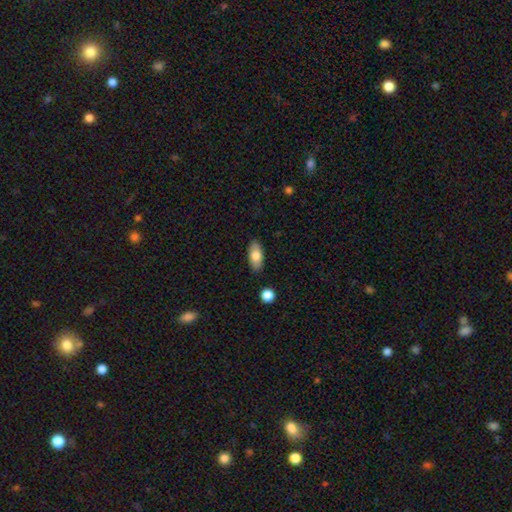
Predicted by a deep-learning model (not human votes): Q: Smooth or featured?
A: smooth (77%); runner-up: featured or disk (16%)
Q: How rounded?
A: in between (88%); runner-up: cigar-shaped (8%)
Q: Merging?
A: none (87%); runner-up: minor disturbance (9%)